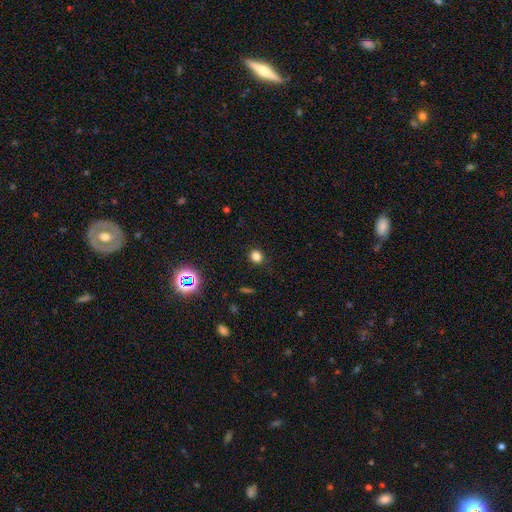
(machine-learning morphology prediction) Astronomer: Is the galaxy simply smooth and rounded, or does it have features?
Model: smooth — 79%.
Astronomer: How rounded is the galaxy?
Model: round — 67%.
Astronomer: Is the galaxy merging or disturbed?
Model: none — 87%.